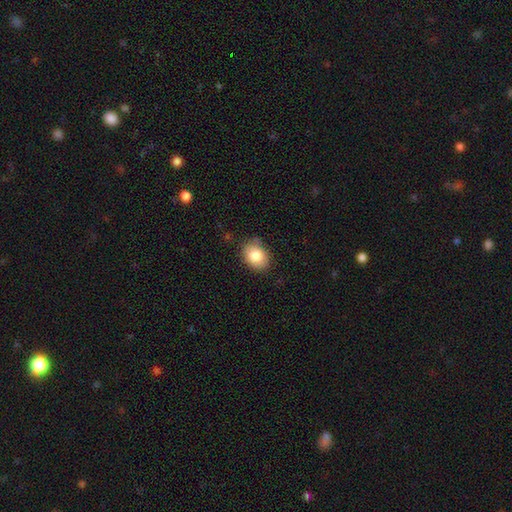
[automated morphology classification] A smooth galaxy with no disk features (85%) that is in between round and cigar-shaped (61%). Merging: none (77%).